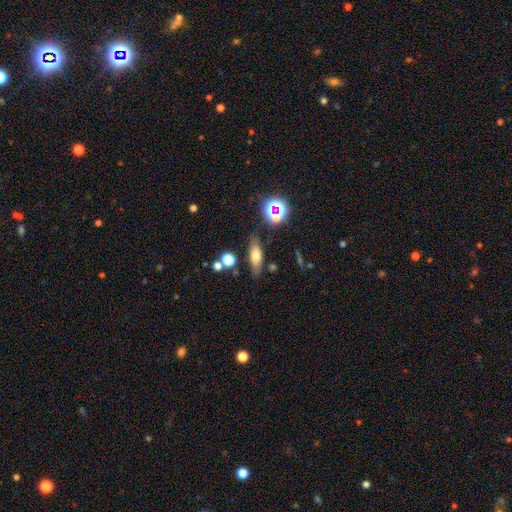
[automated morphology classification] This is likely a smooth galaxy (61%). How rounded: possibly in between (59%). Merging: likely none (76%).